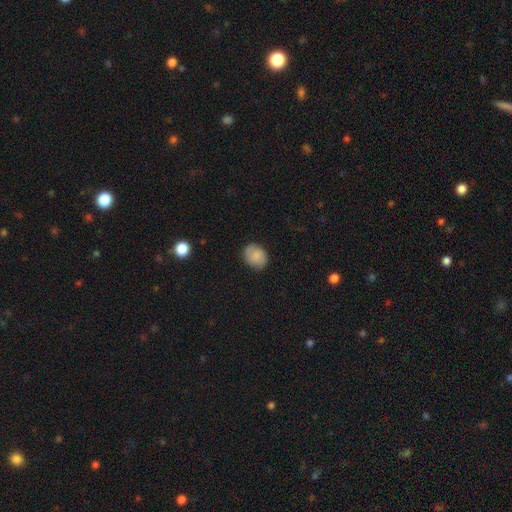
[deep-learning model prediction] This is likely a smooth galaxy (69%). How rounded: possibly in between (50%). Merging: likely none (79%).